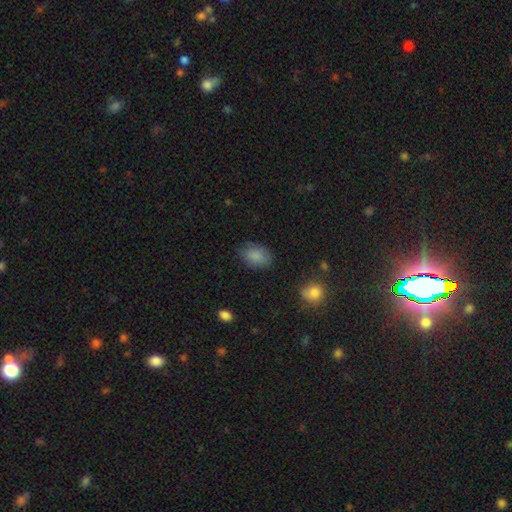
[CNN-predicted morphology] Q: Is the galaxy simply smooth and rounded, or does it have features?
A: smooth — 86%.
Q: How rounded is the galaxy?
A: in between — 81%.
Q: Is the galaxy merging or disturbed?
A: none — 79%.